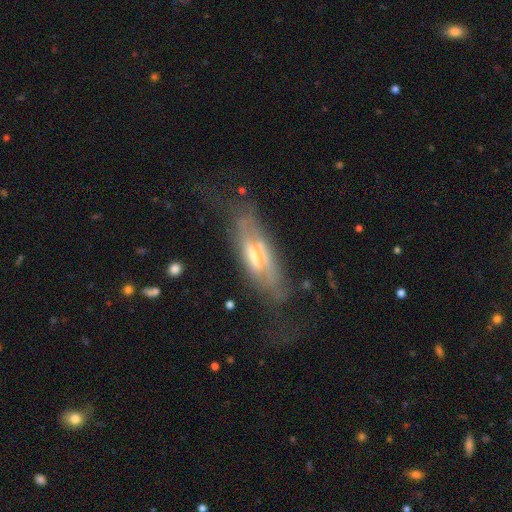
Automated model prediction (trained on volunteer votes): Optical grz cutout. It shows a featured or disk galaxy (65%) viewed edge-on (71%). Merging: none (55%).